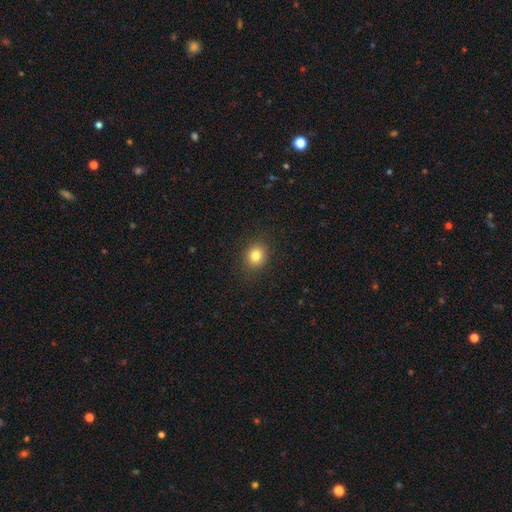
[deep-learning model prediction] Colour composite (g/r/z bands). It shows a smooth galaxy with no disk features (82%) that is round (71%). Merging: none (89%).